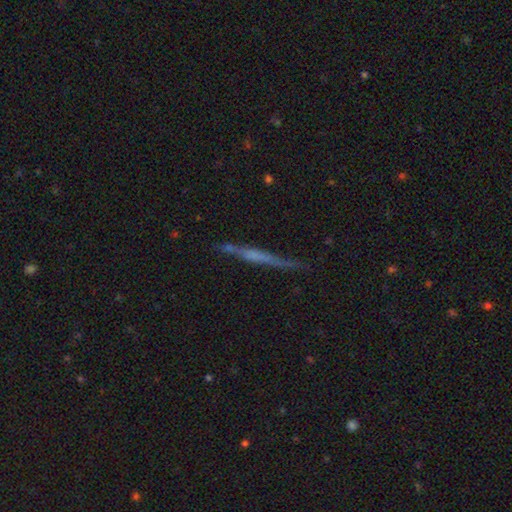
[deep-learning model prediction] Smooth or featured?
  - featured or disk: 60% *
  - smooth: 31%
  - star or artifact: 9%
Edge-on disk?
  - yes: 95% *
  - no: 5%
Edge-on bulge?
  - none: 51% *
  - rounded: 25%
  - boxy: 24%
Merging?
  - none: 77% *
  - minor disturbance: 15%
  - major disturbance: 4%
  - merger: 3%